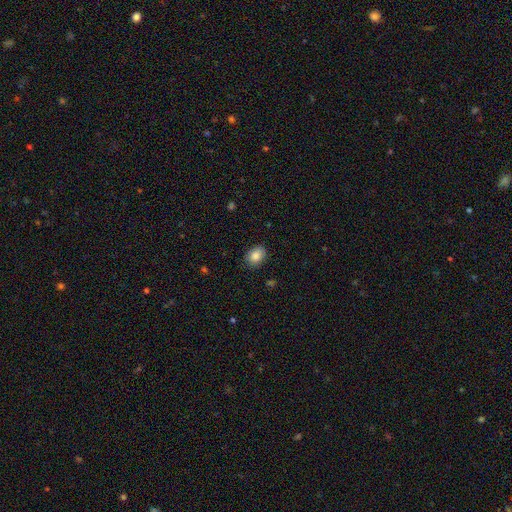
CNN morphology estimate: type=smooth (86%); roundness=in between (69%); merging=none (83%).